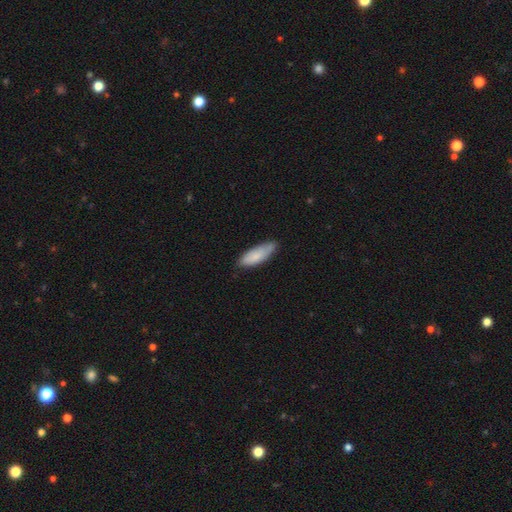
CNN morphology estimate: Smooth or featured?
  - smooth: 81% *
  - featured or disk: 13%
  - star or artifact: 6%
How rounded?
  - in between: 60% *
  - cigar-shaped: 38%
  - round: 2%
Merging?
  - none: 73% *
  - minor disturbance: 23%
  - major disturbance: 3%
  - merger: 2%